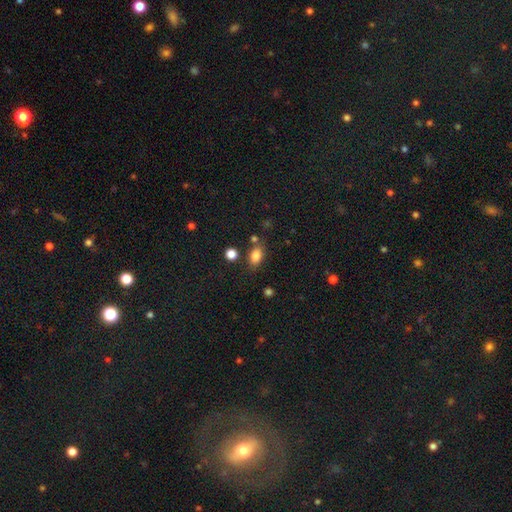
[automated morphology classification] Smooth or featured?
  - smooth: 83% *
  - star or artifact: 11%
  - featured or disk: 7%
How rounded?
  - in between: 79% *
  - round: 19%
  - cigar-shaped: 2%
Merging?
  - none: 73% *
  - minor disturbance: 14%
  - merger: 8%
  - major disturbance: 4%